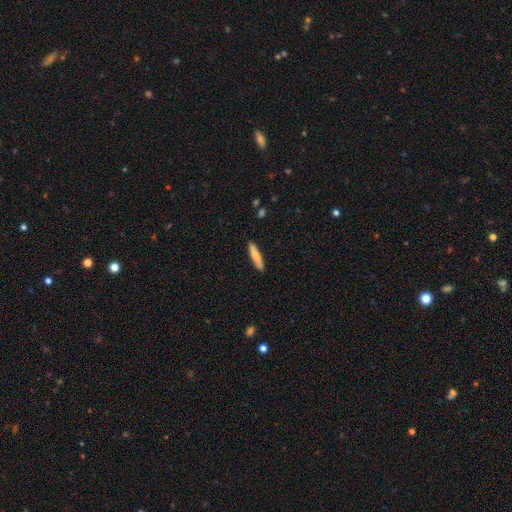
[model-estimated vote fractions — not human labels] smooth_or_featured: smooth (p=0.76) [alt: featured or disk p=0.19]
how_rounded: cigar-shaped (p=0.88) [alt: in between p=0.11]
merging: none (p=0.87) [alt: minor disturbance p=0.09]